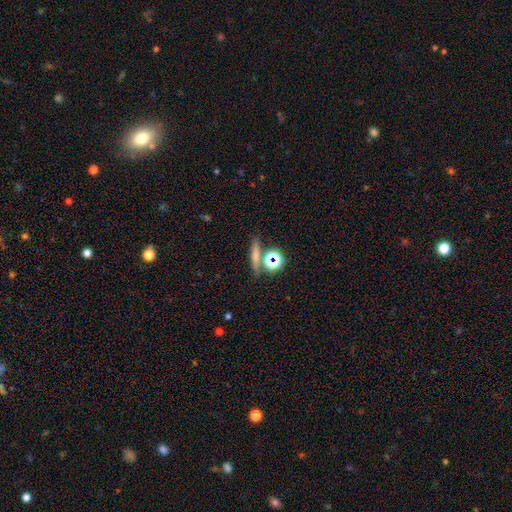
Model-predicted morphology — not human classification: smooth 60%, featured or disk 21%, star or artifact 19%. Down the decision tree: how rounded — cigar-shaped (68%); merging — none (74%).